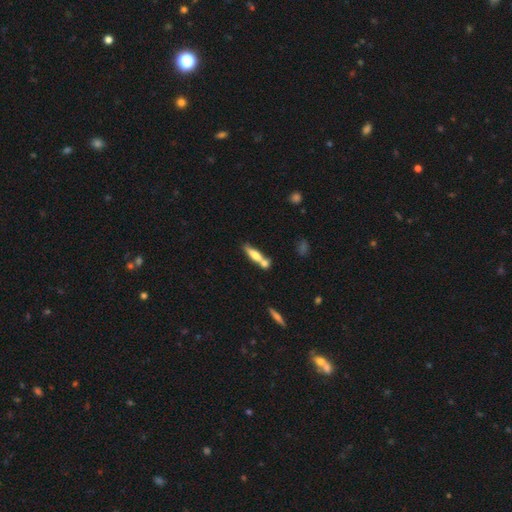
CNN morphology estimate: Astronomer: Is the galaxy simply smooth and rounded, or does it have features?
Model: smooth — 63%.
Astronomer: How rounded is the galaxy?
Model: cigar-shaped — 68%.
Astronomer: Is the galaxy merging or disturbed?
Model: merger — 42% (runner-up: none, 41%).